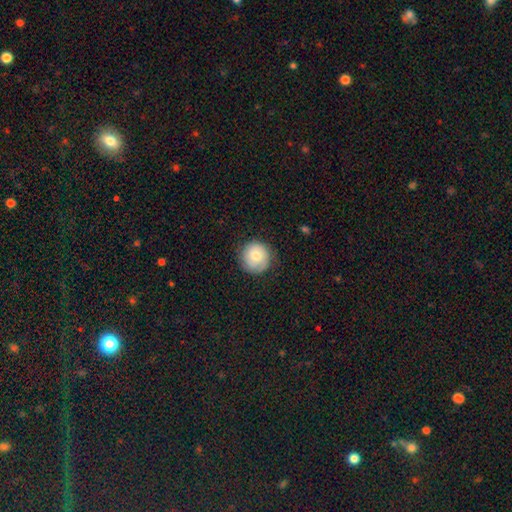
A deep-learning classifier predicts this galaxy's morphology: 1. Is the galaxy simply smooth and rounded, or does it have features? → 72% smooth, 21% featured or disk, 7% star or artifact.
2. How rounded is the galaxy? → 93% round, 6% in between, 1% cigar-shaped.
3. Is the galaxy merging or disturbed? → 81% none, 14% minor disturbance, 4% major disturbance, 1% merger.